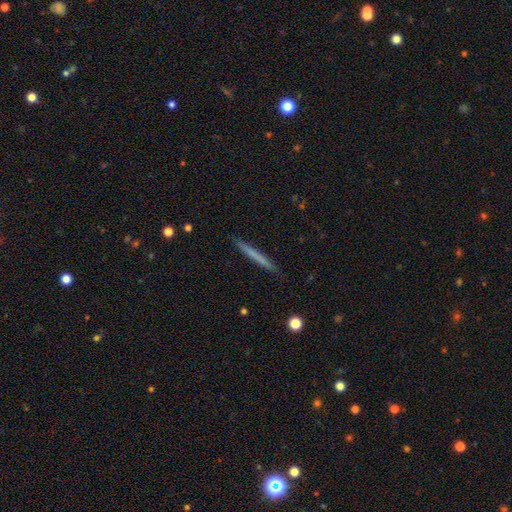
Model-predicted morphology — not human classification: A smooth galaxy with no disk features (62%) that is cigar-shaped (97%).

Vote fractions:
- Smooth or featured? smooth: 62% / featured or disk: 33% / star or artifact: 5%
- How rounded? cigar-shaped: 97% / in between: 2% / round: 1%
- Merging? none: 91% / minor disturbance: 6% / major disturbance: 1% / merger: 1%